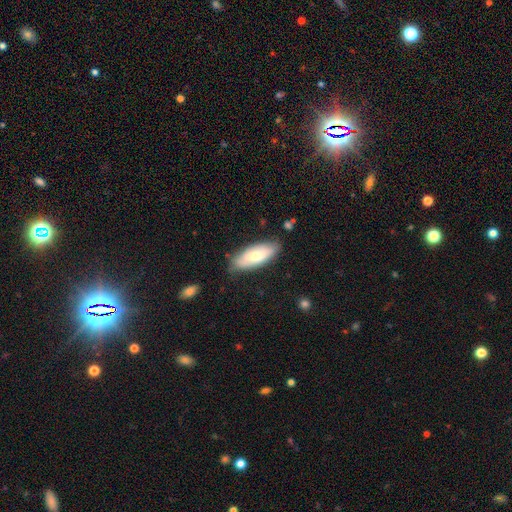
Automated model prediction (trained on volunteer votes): Smooth or featured? Predicted: smooth (p=0.62). How rounded? Predicted: in between (p=0.76). Merging? Predicted: none (p=0.76).